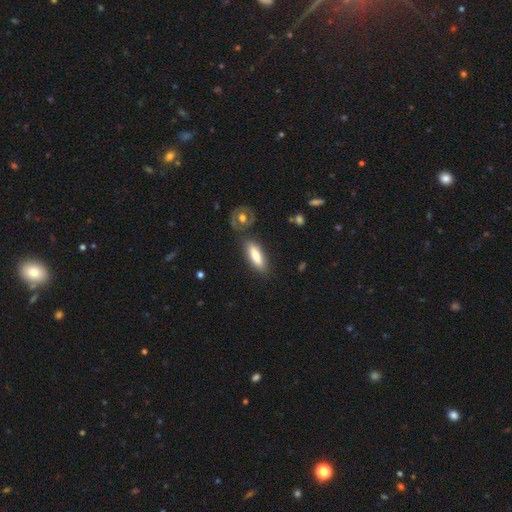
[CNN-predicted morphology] smooth-or-featured: smooth: 77% | featured or disk: 17% | star or artifact: 6%
  how-rounded: in between: 53% | cigar-shaped: 45% | round: 2%
  merging: none: 77% | minor disturbance: 12% | merger: 7% | major disturbance: 3%